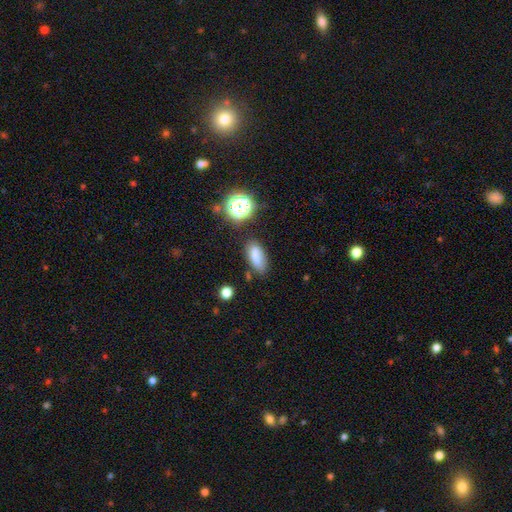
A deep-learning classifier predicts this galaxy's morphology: smooth-or-featured: smooth: 77% | star or artifact: 13% | featured or disk: 10%
  how-rounded: in between: 80% | cigar-shaped: 13% | round: 6%
  merging: none: 71% | minor disturbance: 18% | merger: 5% | major disturbance: 5%